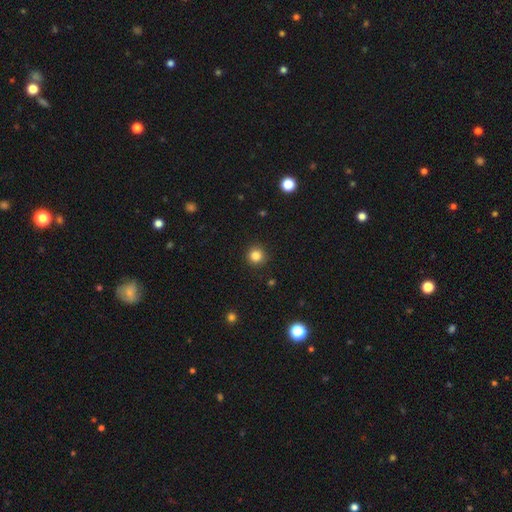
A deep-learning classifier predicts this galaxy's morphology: Overall: smooth (83%). How rounded: round (95%). Merging: none (92%).